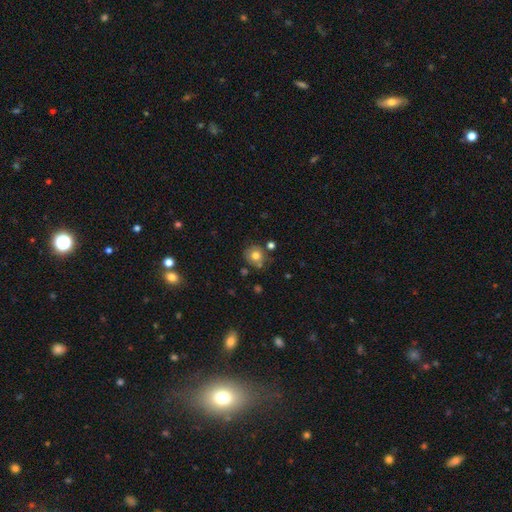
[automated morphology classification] smooth-or-featured: smooth: 72% | featured or disk: 17% | star or artifact: 11%
  how-rounded: round: 78% | in between: 21% | cigar-shaped: 1%
  merging: none: 67% | minor disturbance: 19% | merger: 9% | major disturbance: 5%